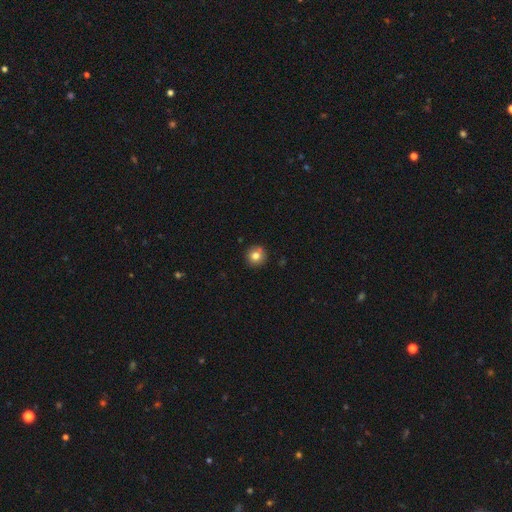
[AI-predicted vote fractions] Smooth or featured: smooth — 81% (star or artifact — 11%)
How rounded: round — 94% (in between — 5%)
Merging: none — 89% (minor disturbance — 8%)